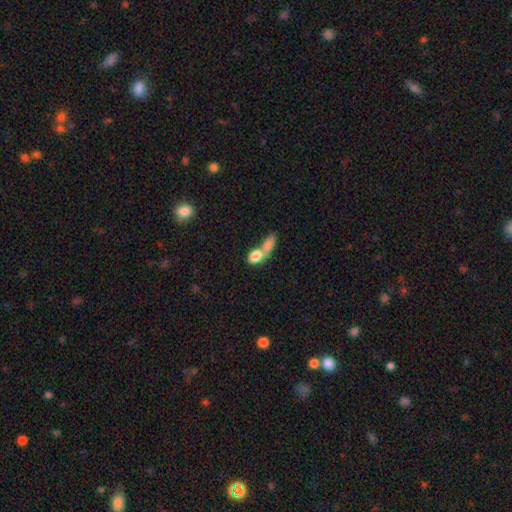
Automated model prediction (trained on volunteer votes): Overall: smooth (78%). How rounded: in between (72%). Merging: merger (72%).